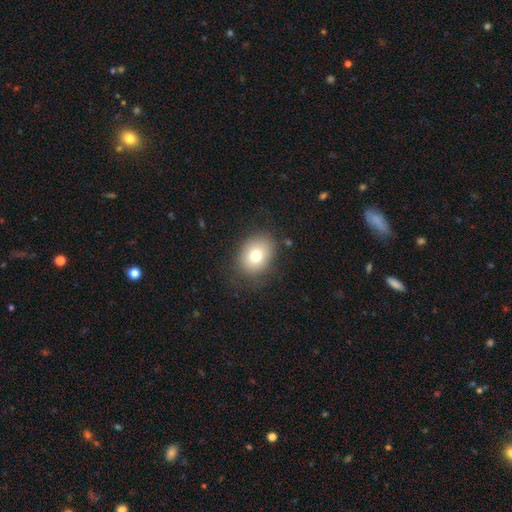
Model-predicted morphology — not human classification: smooth-or-featured: smooth: 76% | featured or disk: 14% | star or artifact: 10%
  how-rounded: in between: 57% | round: 42% | cigar-shaped: 1%
  merging: none: 80% | minor disturbance: 14% | major disturbance: 5% | merger: 1%